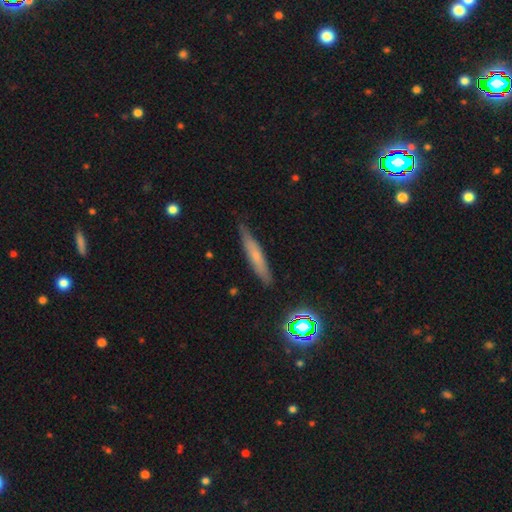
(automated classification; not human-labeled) smooth-or-featured: smooth: 55% | featured or disk: 34% | star or artifact: 11%
  how-rounded: cigar-shaped: 90% | in between: 8% | round: 2%
  merging: none: 83% | minor disturbance: 13% | major disturbance: 2% | merger: 1%